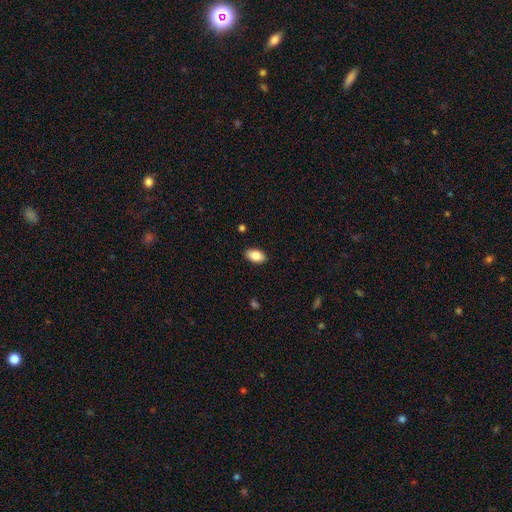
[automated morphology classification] A smooth galaxy with no disk features (86%) that is in between round and cigar-shaped (92%). Merging: none (89%).